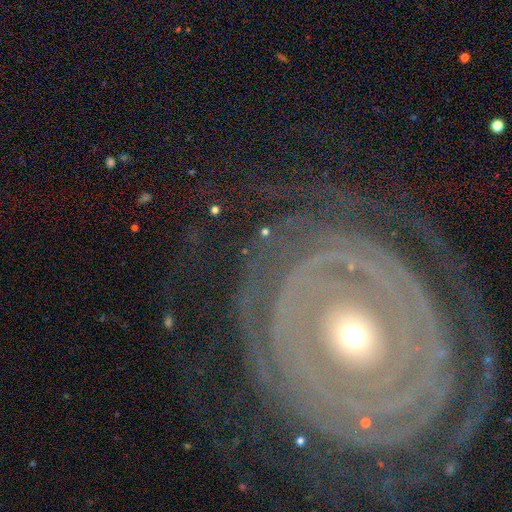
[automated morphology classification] A featured or disk galaxy (83%) with no bar (78%), tight (87%) spiral arms (85%) and a small central bulge (50%).

Vote fractions:
- Smooth or featured? featured or disk: 83% / smooth: 9% / star or artifact: 8%
- Edge-on disk? no: 96% / yes: 4%
- Bar? no: 78% / weak: 12% / strong: 9%
- Spiral arms? yes: 85% / no: 15%
- Spiral winding? tight: 87% / medium: 9% / loose: 4%
- Spiral arm count? can't tell: 33% / more than 4: 18% / 2: 15% / 3: 13% / 4: 12% / 1: 9%
- Bulge size? small: 50% / moderate: 45% / large: 3% / dominant: 1% / none: 1%
- Merging? none: 78% / minor disturbance: 12% / major disturbance: 8% / merger: 2%